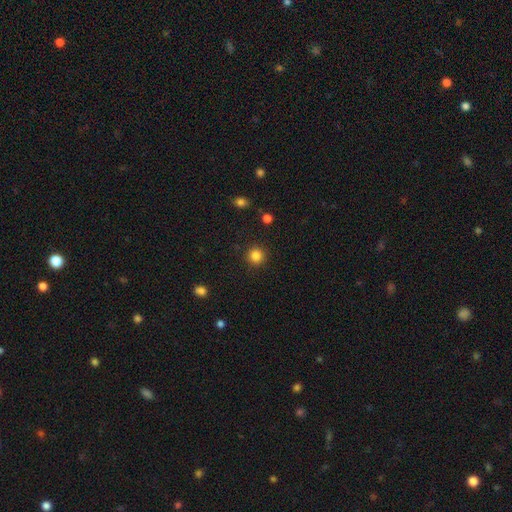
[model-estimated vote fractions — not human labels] Smooth or featured? smooth (84%)
How rounded? round (94%)
Merging? none (91%)